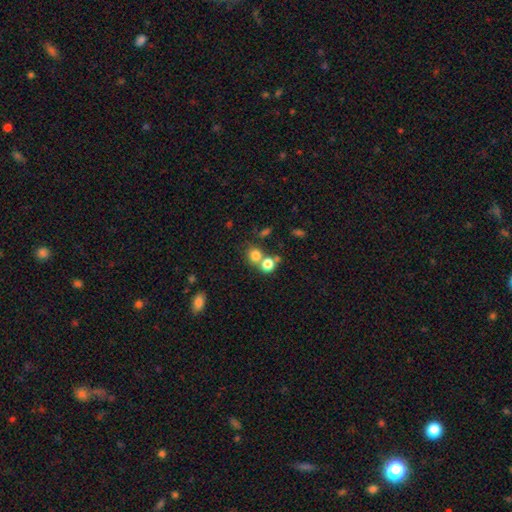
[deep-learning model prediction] Q: Smooth or featured?
A: smooth (77%); runner-up: star or artifact (14%)
Q: How rounded?
A: round (77%); runner-up: in between (22%)
Q: Merging?
A: none (47%); runner-up: merger (40%)